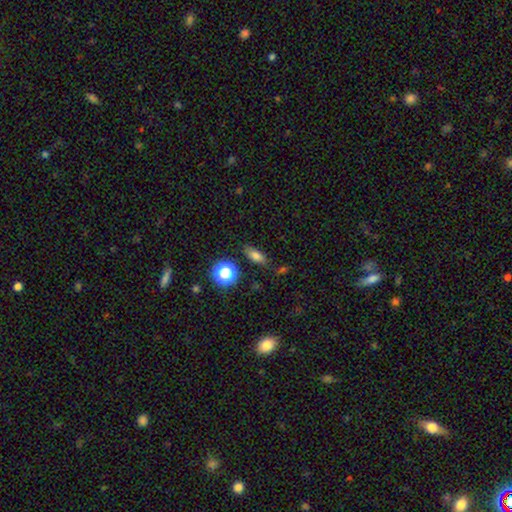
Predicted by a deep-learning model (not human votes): smooth-or-featured: smooth: 75% | star or artifact: 16% | featured or disk: 10%
  how-rounded: in between: 69% | cigar-shaped: 18% | round: 13%
  merging: none: 79% | minor disturbance: 14% | major disturbance: 4% | merger: 3%